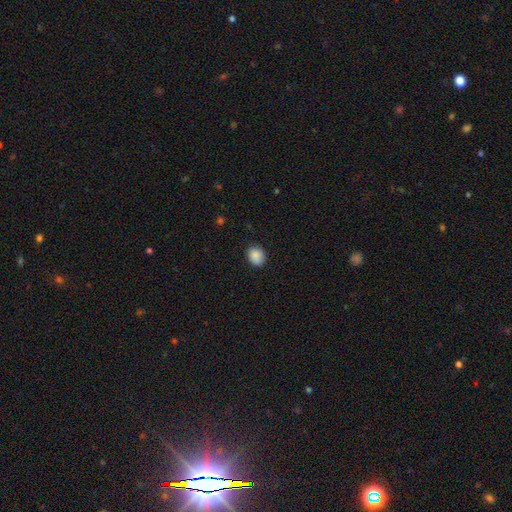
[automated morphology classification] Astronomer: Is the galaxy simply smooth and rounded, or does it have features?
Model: smooth — 88%.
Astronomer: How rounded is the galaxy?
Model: round — 57% (runner-up: in between, 42%).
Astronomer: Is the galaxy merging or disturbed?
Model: none — 84%.